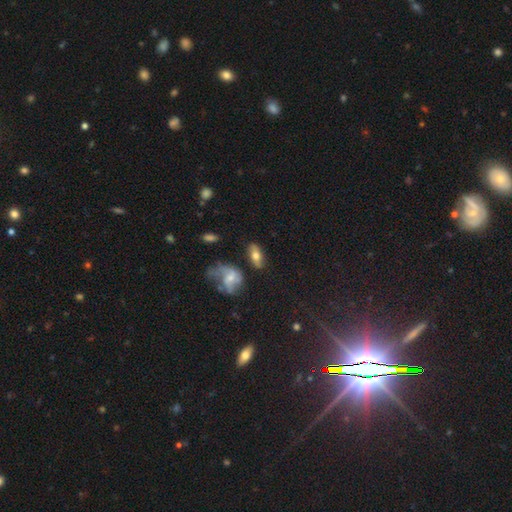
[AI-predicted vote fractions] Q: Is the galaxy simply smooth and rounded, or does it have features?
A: smooth — 62%.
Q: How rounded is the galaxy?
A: in between — 84%.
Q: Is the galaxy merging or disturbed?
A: none — 68%.